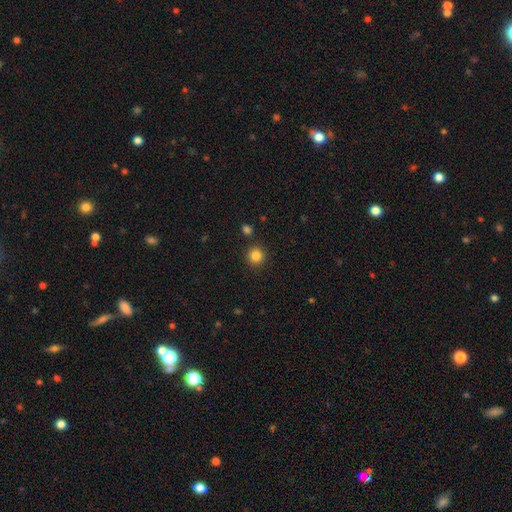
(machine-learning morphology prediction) Smooth or featured? Predicted: smooth (p=0.84). How rounded? Predicted: round (p=0.93). Merging? Predicted: none (p=0.88).